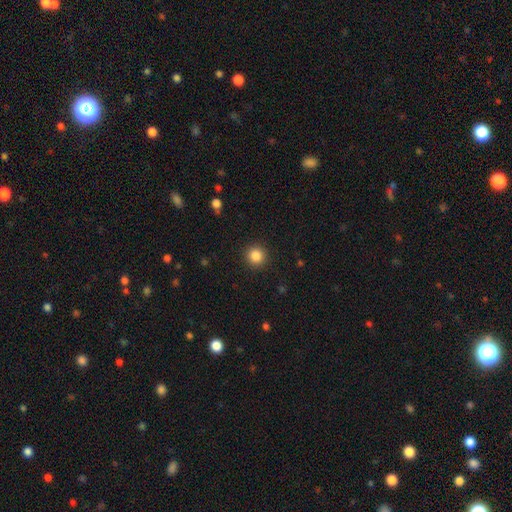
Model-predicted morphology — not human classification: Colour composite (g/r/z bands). It shows a smooth galaxy with no disk features (85%) that is round (94%). Merging: none (92%).